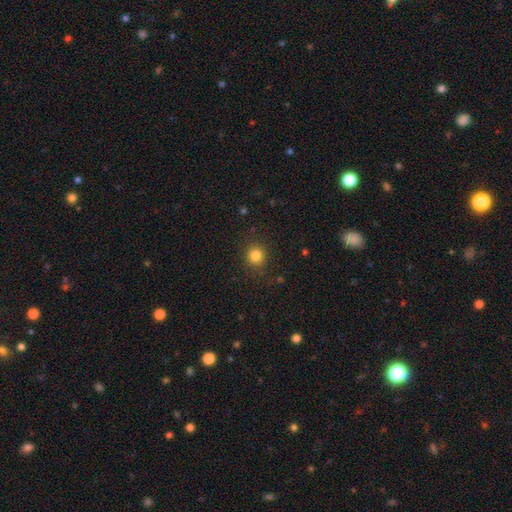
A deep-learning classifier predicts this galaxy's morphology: type=smooth (82%); roundness=round (89%); merging=none (88%).